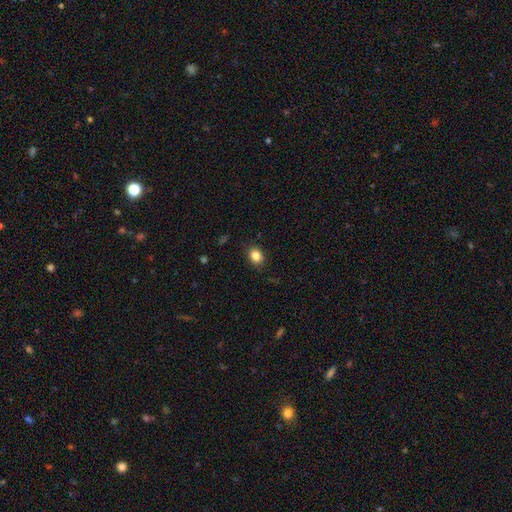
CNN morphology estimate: Q: Smooth or featured?
A: smooth (85%); runner-up: star or artifact (10%)
Q: How rounded?
A: round (51%); runner-up: in between (48%)
Q: Merging?
A: none (86%); runner-up: minor disturbance (11%)